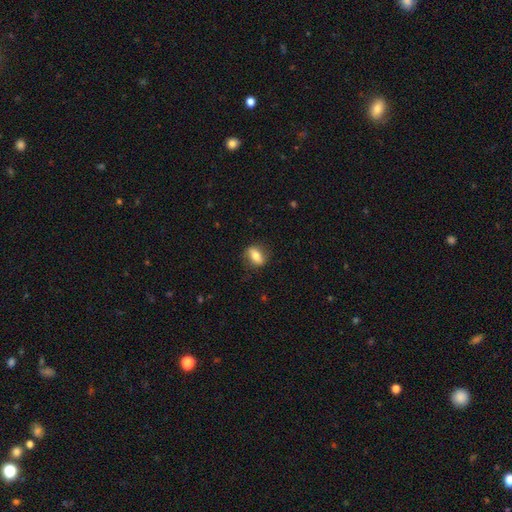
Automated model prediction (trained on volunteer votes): smooth-or-featured: smooth: 66% | featured or disk: 27% | star or artifact: 8%
  how-rounded: in between: 75% | round: 16% | cigar-shaped: 8%
  merging: none: 79% | minor disturbance: 15% | major disturbance: 5% | merger: 1%